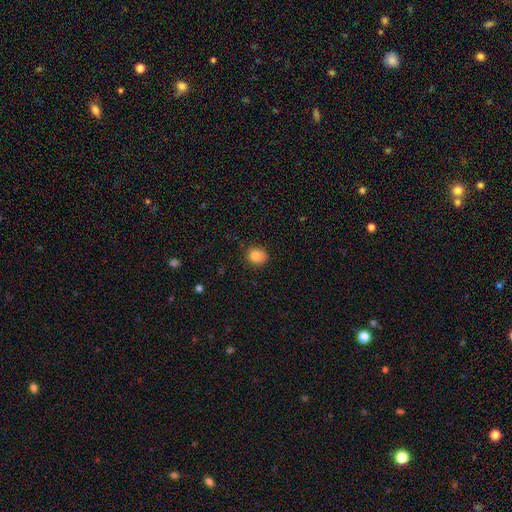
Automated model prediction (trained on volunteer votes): smooth_or_featured: smooth (p=0.82) [alt: star or artifact p=0.11]
how_rounded: round (p=0.75) [alt: in between p=0.24]
merging: none (p=0.70) [alt: minor disturbance p=0.23]